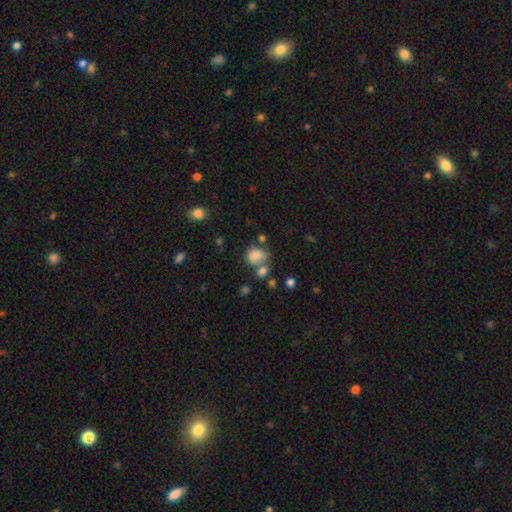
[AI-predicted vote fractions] smooth_or_featured: smooth (p=0.80) [alt: star or artifact p=0.11]
how_rounded: in between (p=0.53) [alt: round p=0.46]
merging: none (p=0.43) [alt: merger p=0.28]